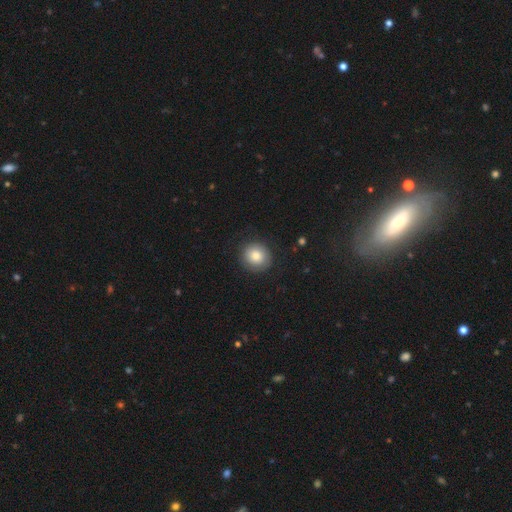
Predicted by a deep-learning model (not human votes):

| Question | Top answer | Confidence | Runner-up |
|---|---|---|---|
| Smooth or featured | smooth | 80% | featured or disk (11%) |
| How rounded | round | 89% | in between (10%) |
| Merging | none | 86% | minor disturbance (10%) |